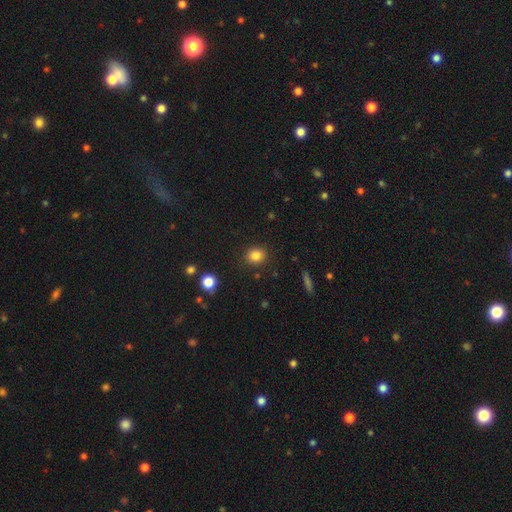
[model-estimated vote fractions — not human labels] Smooth or featured?
  - smooth: 84% *
  - star or artifact: 11%
  - featured or disk: 5%
How rounded?
  - round: 75% *
  - in between: 23%
  - cigar-shaped: 1%
Merging?
  - none: 88% *
  - minor disturbance: 7%
  - major disturbance: 3%
  - merger: 2%